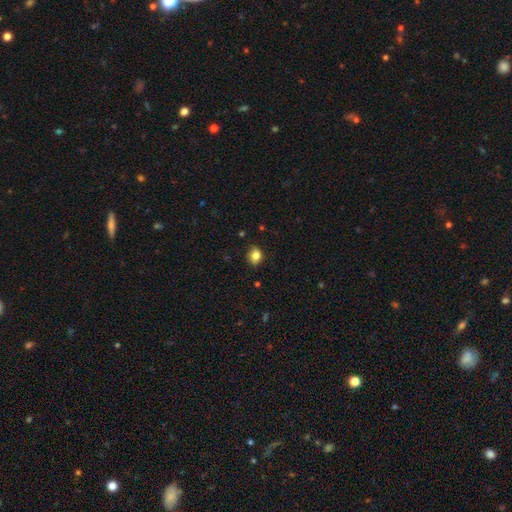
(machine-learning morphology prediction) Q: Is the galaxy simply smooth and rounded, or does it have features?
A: smooth — 82%.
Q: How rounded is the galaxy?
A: round — 61%.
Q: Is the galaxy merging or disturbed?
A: none — 80%.